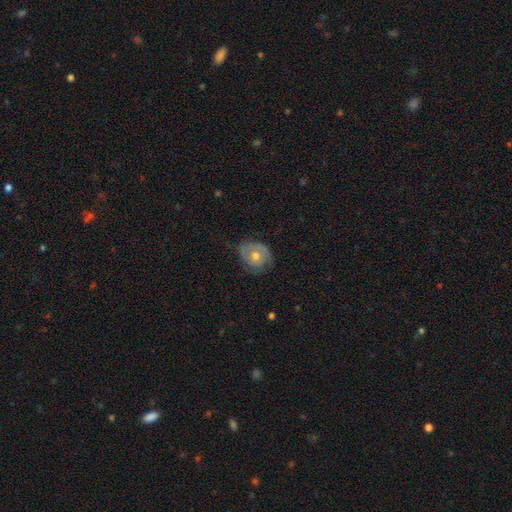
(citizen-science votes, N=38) Volunteers were most divided on "spiral arm count" (2-way tie): 2: 50%, can't tell: 50%, 1: 0%, 3: 0%, 4: 0%, more than 4: 0%. Remaining: edge-on disk — no (100%); bar — no (83%); bulge size — moderate (83%); spiral arms — yes (70%); merging — none (63%); smooth or featured — featured or disk (61%); spiral winding — medium (44%).